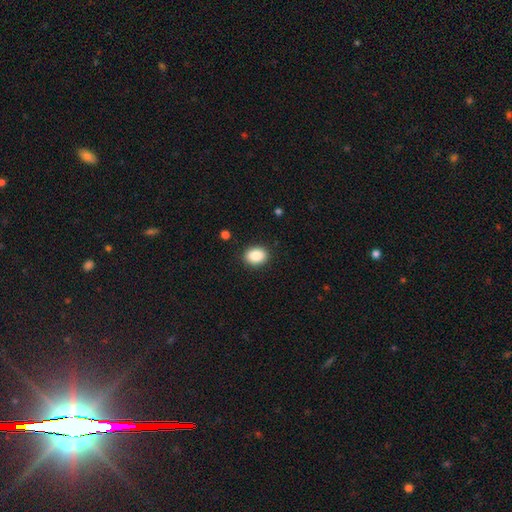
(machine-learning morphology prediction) The model was most divided on "how rounded": in between: 56%, round: 43%, cigar-shaped: 1%. More confident: merging — none (89%); smooth or featured — smooth (88%).